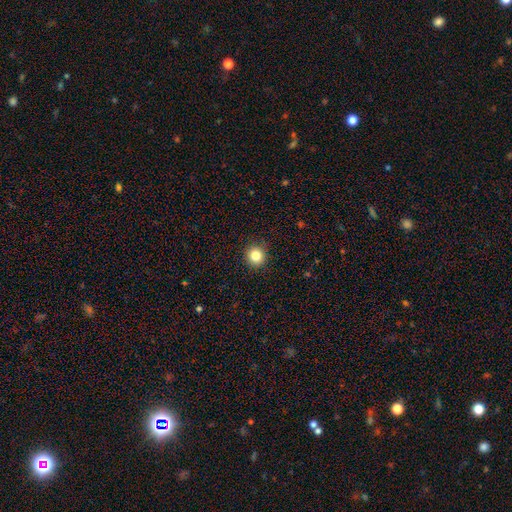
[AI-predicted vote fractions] smooth-or-featured: smooth: 83% | star or artifact: 12% | featured or disk: 5%
  how-rounded: round: 93% | in between: 6% | cigar-shaped: 1%
  merging: none: 92% | minor disturbance: 5% | major disturbance: 2% | merger: 1%